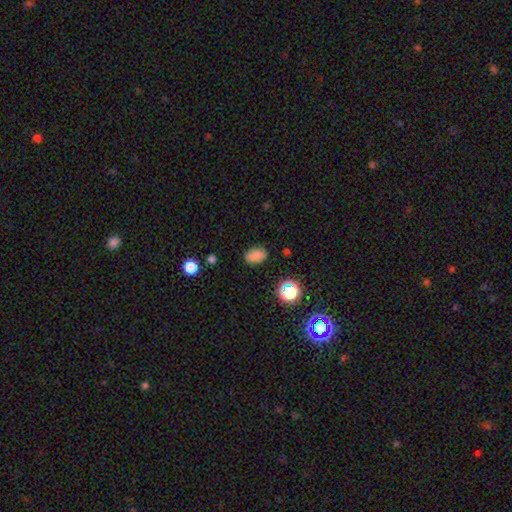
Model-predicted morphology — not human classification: smooth 81%, star or artifact 14%, featured or disk 5%. Down the decision tree: how rounded — in between (84%); merging — none (82%).